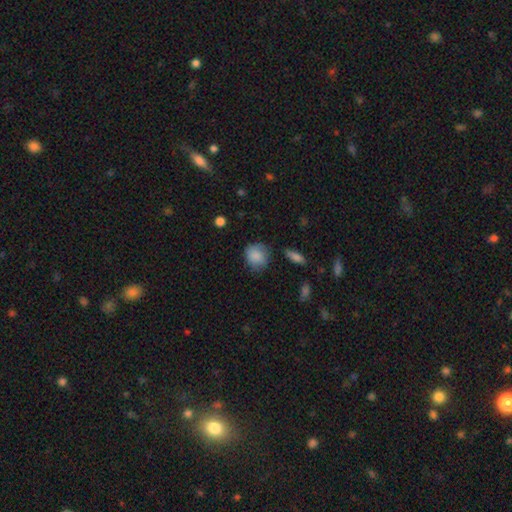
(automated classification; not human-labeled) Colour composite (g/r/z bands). It shows a smooth galaxy with no disk features (85%) that is round (76%). Merging: none (68%).